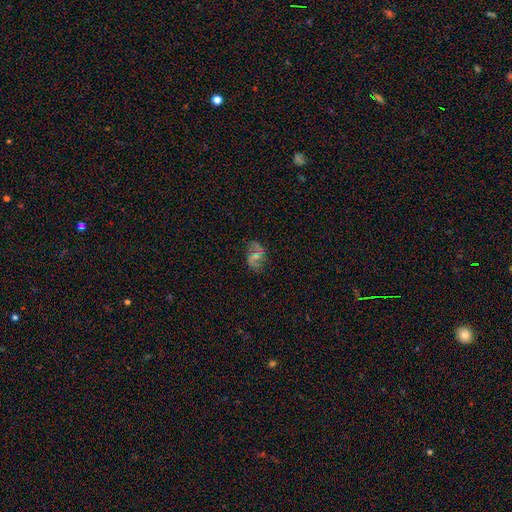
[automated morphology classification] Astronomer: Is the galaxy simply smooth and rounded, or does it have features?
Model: featured or disk — 64%.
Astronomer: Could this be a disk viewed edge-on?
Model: no — 96%.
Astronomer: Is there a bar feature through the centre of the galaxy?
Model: weak — 44% (runner-up: no, 36%).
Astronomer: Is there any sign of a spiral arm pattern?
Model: yes — 85%.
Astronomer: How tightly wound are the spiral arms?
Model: loose — 52% (runner-up: medium, 36%).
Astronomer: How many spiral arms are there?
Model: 2 — 88%.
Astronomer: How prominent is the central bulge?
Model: small — 47% (runner-up: moderate, 45%).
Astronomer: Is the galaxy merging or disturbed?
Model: none — 73%.